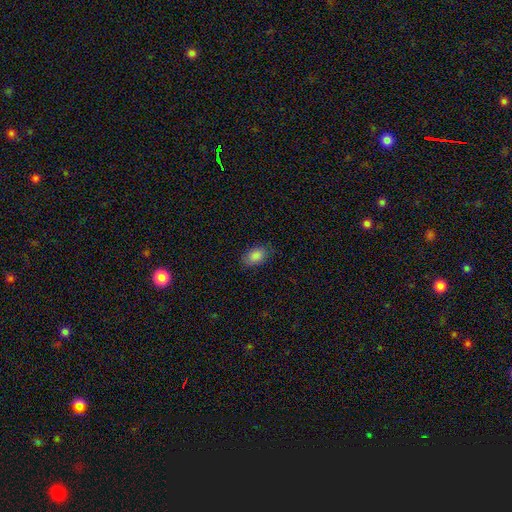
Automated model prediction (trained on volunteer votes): Smooth or featured: smooth — 87% (star or artifact — 8%)
How rounded: in between — 89% (round — 10%)
Merging: none — 82% (minor disturbance — 14%)